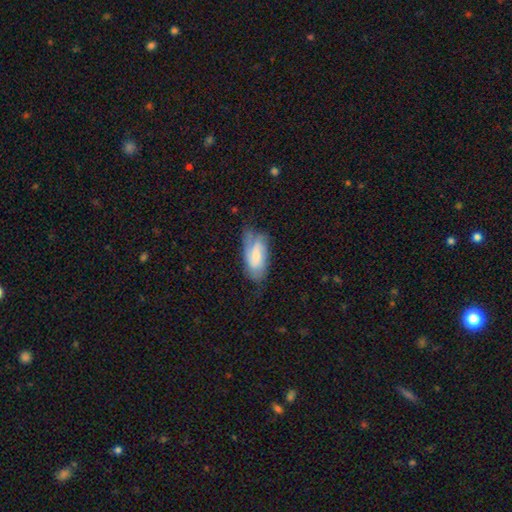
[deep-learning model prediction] Smooth or featured: featured or disk — 49% (smooth — 45%)
Merging: none — 53% (minor disturbance — 31%)